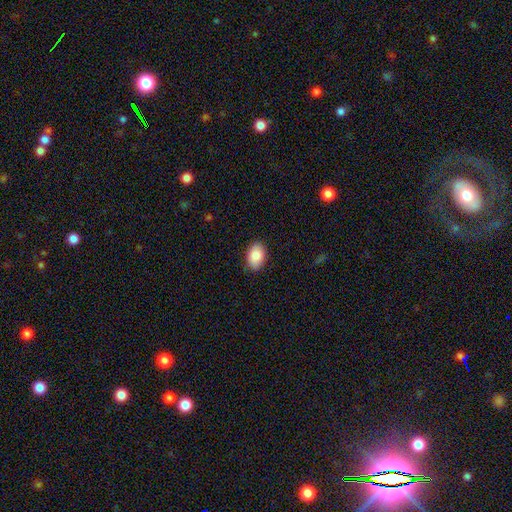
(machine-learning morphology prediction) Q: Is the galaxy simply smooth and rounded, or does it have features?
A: smooth — 87%.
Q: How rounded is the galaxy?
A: in between — 89%.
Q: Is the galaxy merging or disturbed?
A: none — 87%.